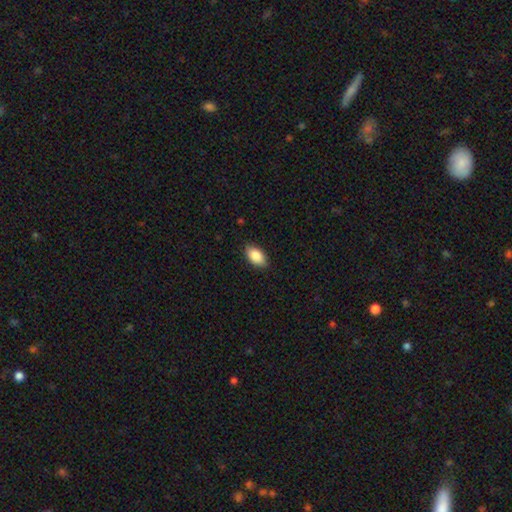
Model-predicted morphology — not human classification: The model was most divided on "merging": none: 87%, minor disturbance: 10%, major disturbance: 2%, merger: 1%. More confident: how rounded — in between (93%); smooth or featured — smooth (86%).